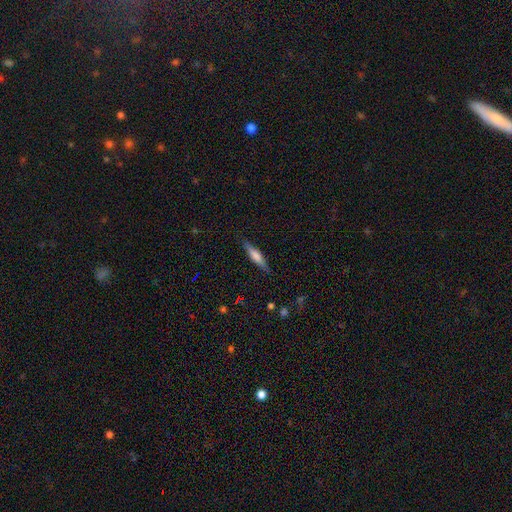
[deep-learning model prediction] This appears to be a smooth galaxy with no disk features (50%). Merging: none (87%).